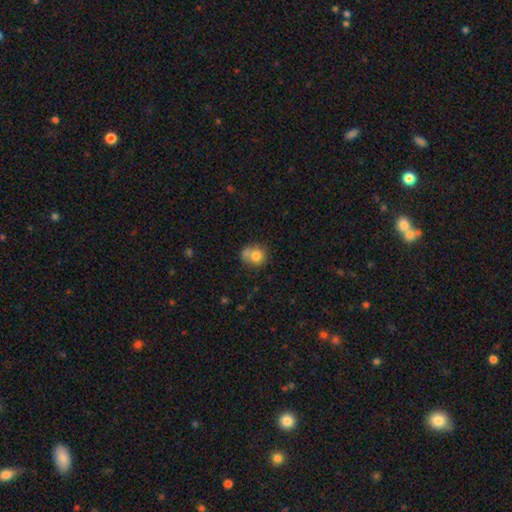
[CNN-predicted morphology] This is likely a smooth galaxy (77%). How rounded: clearly round (81%). Merging: possibly none (46%).